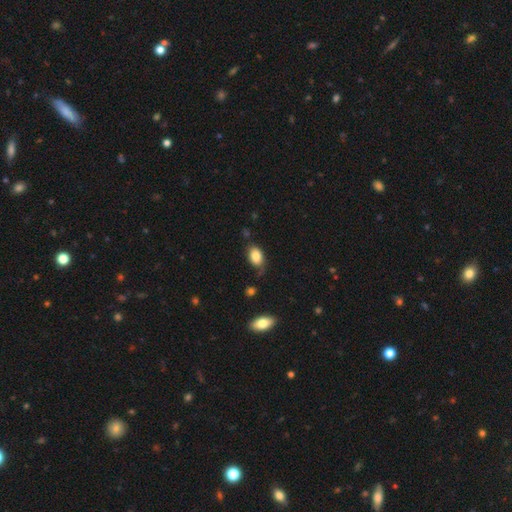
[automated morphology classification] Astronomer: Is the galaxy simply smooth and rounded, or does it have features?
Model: smooth — 84%.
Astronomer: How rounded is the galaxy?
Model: in between — 88%.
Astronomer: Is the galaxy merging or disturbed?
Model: none — 63%.